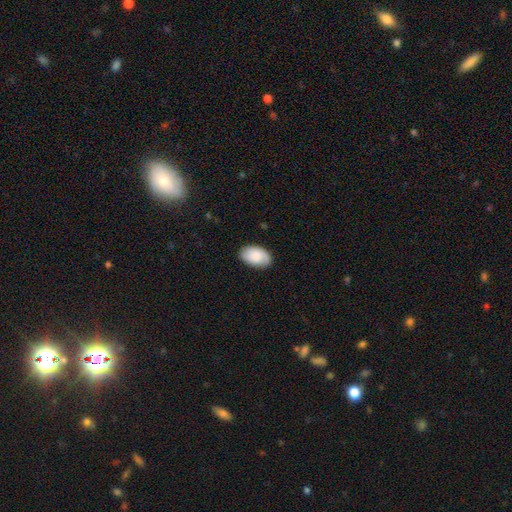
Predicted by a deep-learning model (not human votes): Q: Smooth or featured?
A: smooth (80%); runner-up: featured or disk (14%)
Q: How rounded?
A: in between (92%); runner-up: round (7%)
Q: Merging?
A: none (83%); runner-up: minor disturbance (13%)